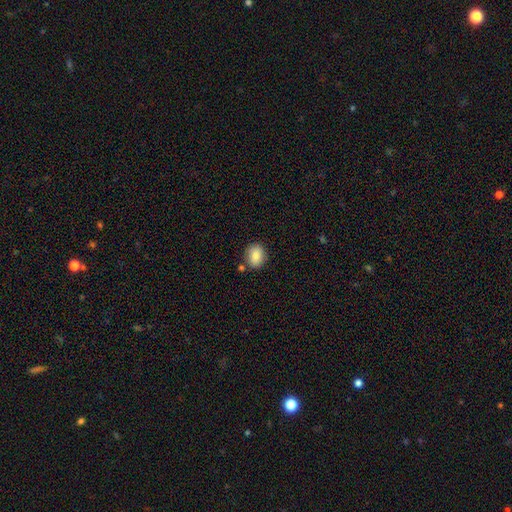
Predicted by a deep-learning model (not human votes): Q: Smooth or featured?
A: smooth (86%); runner-up: star or artifact (8%)
Q: How rounded?
A: in between (51%); runner-up: round (48%)
Q: Merging?
A: none (79%); runner-up: minor disturbance (12%)